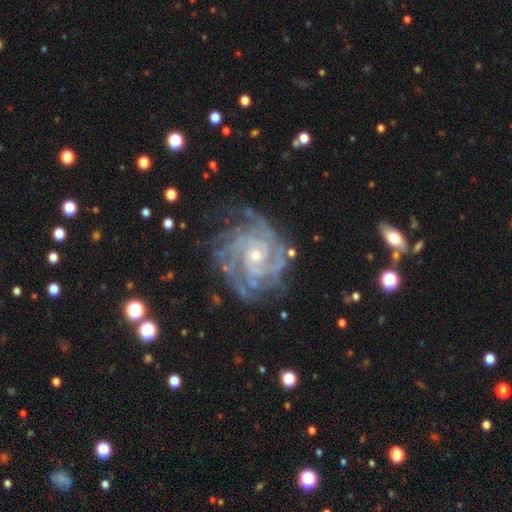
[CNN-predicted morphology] Smooth or featured? featured or disk (91%)
Edge-on disk? no (98%)
Bar? no (72%)
Spiral arms? yes (98%)
Spiral winding? tight (72%)
Spiral arm count? 4 (24%)
Bulge size? small (62%)
Merging? none (70%)